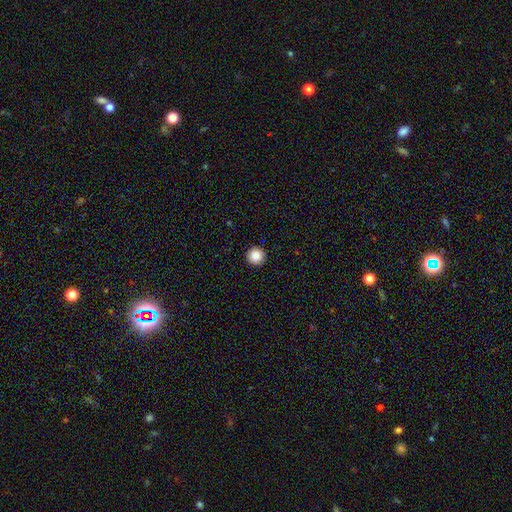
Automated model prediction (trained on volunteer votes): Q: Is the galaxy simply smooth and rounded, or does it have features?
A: smooth — 87%.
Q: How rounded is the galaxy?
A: round — 97%.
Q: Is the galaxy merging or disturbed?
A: none — 94%.